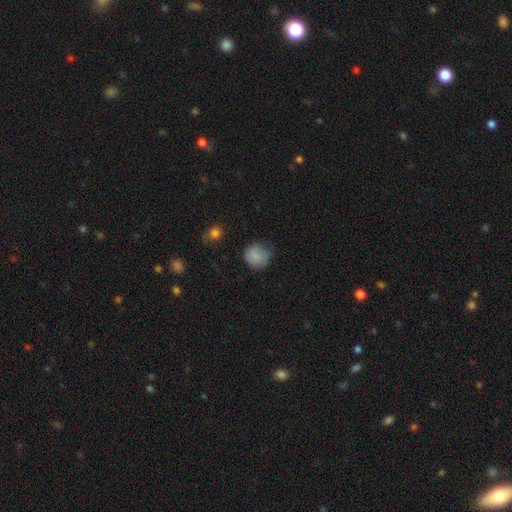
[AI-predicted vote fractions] Smooth or featured? smooth (84%)
How rounded? round (87%)
Merging? none (68%)